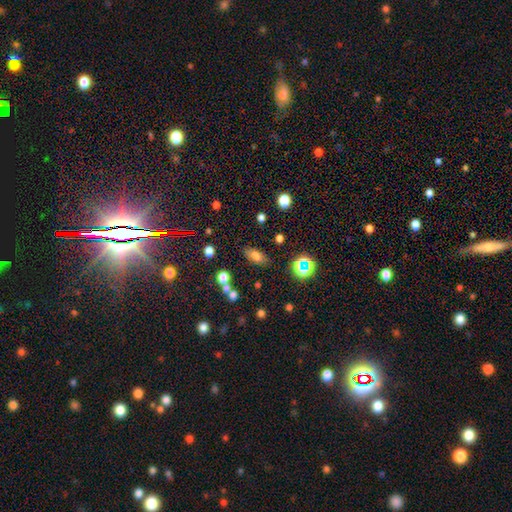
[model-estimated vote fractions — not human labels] This appears to be a smooth galaxy with no disk features (72%) that is in between round and cigar-shaped (82%). Merging: none (78%).